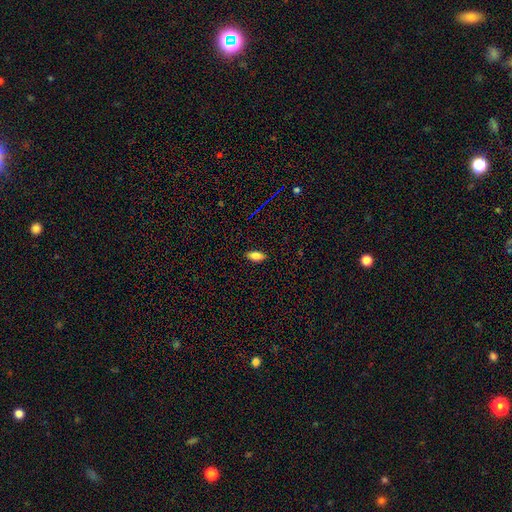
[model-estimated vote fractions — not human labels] A smooth galaxy with no disk features (81%) that is in between round and cigar-shaped (85%). Merging: none (88%).